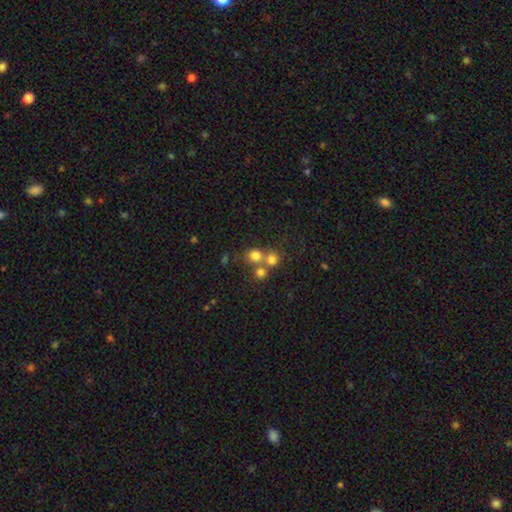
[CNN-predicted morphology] Smooth or featured? Predicted: smooth (p=0.74). How rounded? Predicted: round (p=0.85). Merging? Predicted: none (p=0.49).